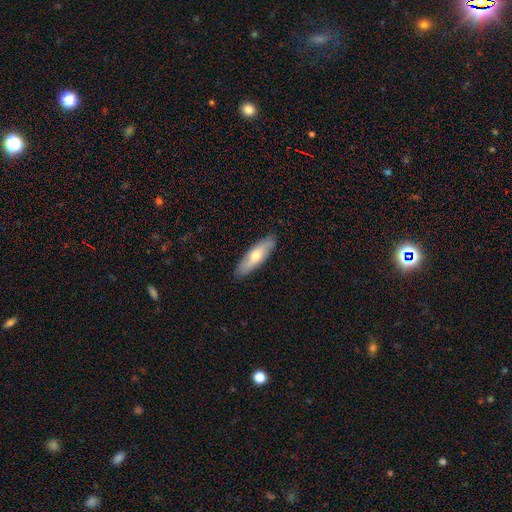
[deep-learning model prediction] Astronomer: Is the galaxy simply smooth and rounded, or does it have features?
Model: smooth — 56% (runner-up: featured or disk, 39%).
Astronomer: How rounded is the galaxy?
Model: cigar-shaped — 52% (runner-up: in between, 46%).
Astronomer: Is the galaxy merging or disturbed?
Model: none — 87%.